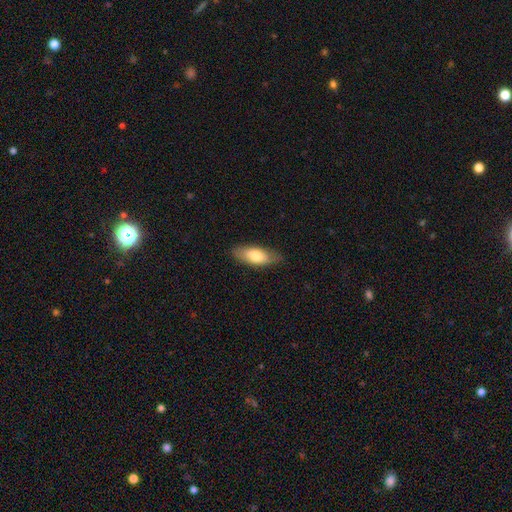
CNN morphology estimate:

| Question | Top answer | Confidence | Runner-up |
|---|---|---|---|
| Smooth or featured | smooth | 76% | featured or disk (19%) |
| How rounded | in between | 79% | cigar-shaped (19%) |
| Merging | none | 82% | minor disturbance (15%) |